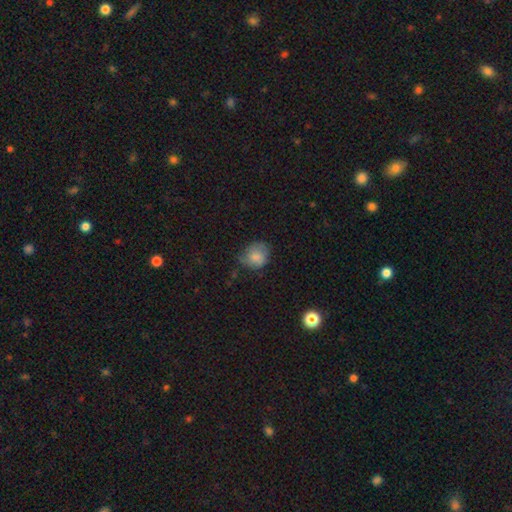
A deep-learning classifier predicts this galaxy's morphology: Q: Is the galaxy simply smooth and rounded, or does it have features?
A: smooth — 77%.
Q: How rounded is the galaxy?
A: round — 67%.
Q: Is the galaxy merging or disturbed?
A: none — 53%.